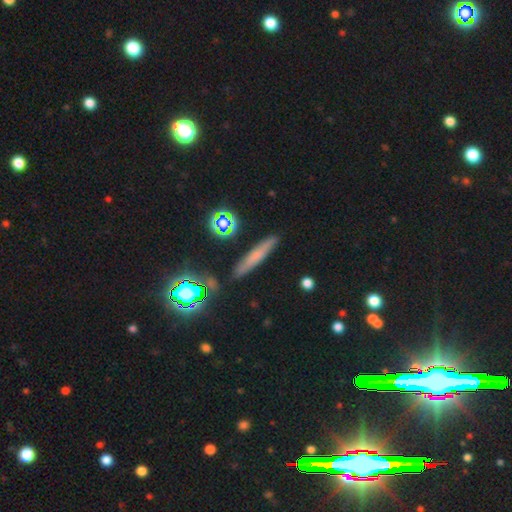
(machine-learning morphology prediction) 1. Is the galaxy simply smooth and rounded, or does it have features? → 56% smooth, 28% featured or disk, 17% star or artifact.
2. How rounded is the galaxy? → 87% cigar-shaped, 7% in between, 5% round.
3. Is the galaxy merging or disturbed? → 86% none, 9% minor disturbance, 2% merger, 2% major disturbance.